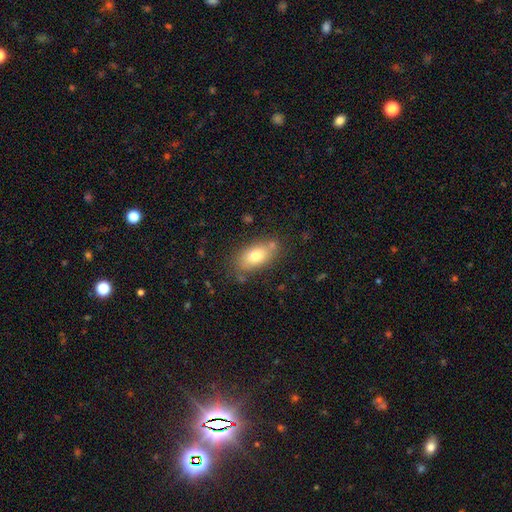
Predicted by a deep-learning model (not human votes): Morphology: type=smooth (75%); roundness=in between (87%); merging=none (73%).